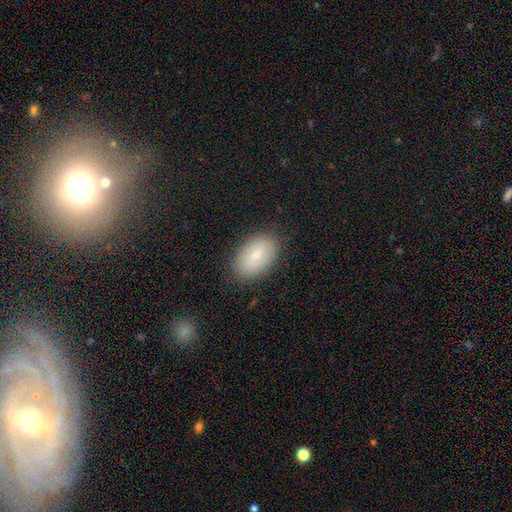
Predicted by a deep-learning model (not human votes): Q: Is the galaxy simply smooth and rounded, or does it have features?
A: smooth — 74%.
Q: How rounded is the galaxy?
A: in between — 92%.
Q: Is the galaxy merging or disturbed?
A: none — 84%.